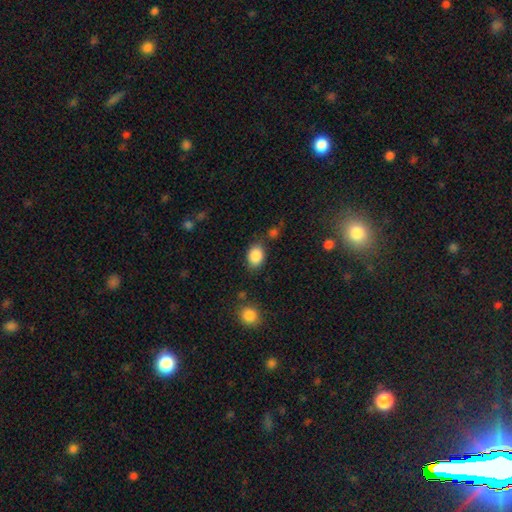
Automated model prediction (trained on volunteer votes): Morphology: type=smooth (88%); roundness=in between (72%); merging=none (77%).